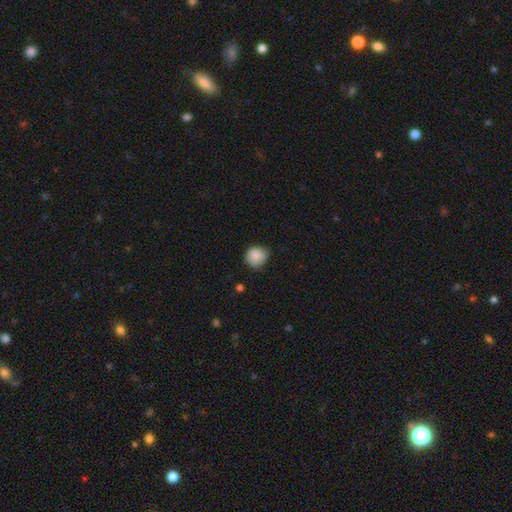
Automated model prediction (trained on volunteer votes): smooth 83%, featured or disk 9%, star or artifact 8%. Down the decision tree: how rounded — round (82%); merging — none (65%).